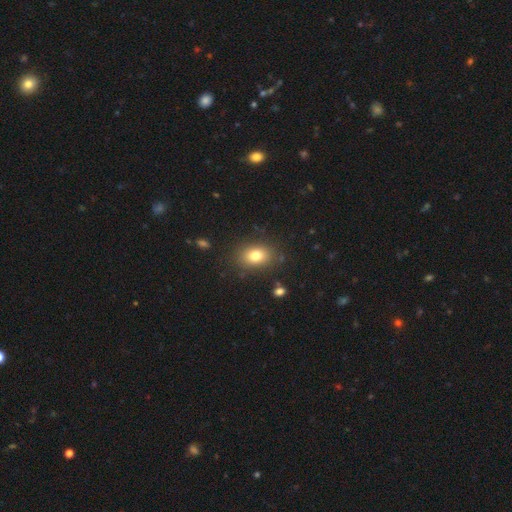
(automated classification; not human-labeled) Overall: smooth (79%). How rounded: in between (73%). Merging: none (85%).